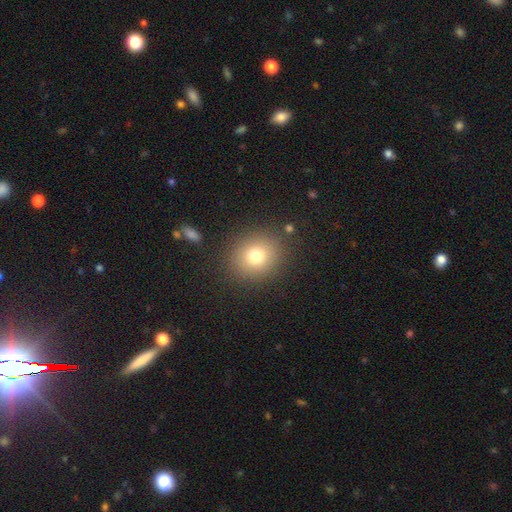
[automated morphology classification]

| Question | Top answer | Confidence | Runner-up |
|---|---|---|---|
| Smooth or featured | smooth | 77% | star or artifact (13%) |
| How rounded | round | 75% | in between (24%) |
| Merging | none | 86% | minor disturbance (8%) |